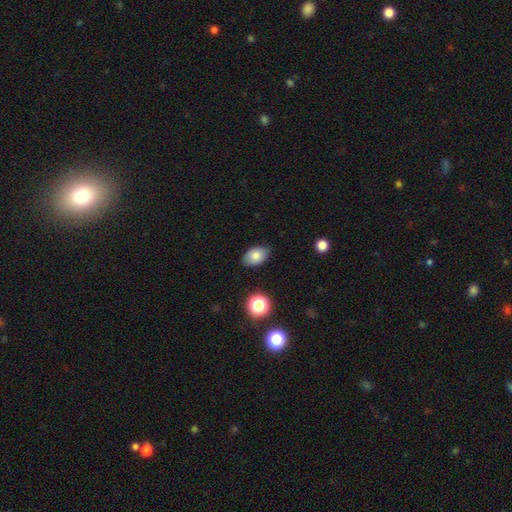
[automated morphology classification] Smooth or featured? smooth (80%)
How rounded? in between (87%)
Merging? none (82%)